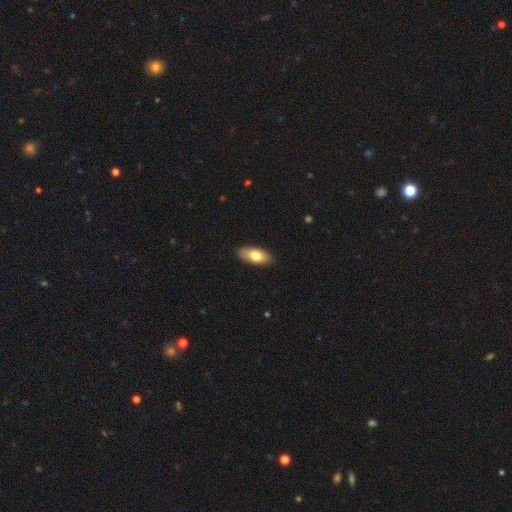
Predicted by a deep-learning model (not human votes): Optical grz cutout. It shows a smooth galaxy with no disk features (78%) that is in between round and cigar-shaped (87%). Merging: none (87%).